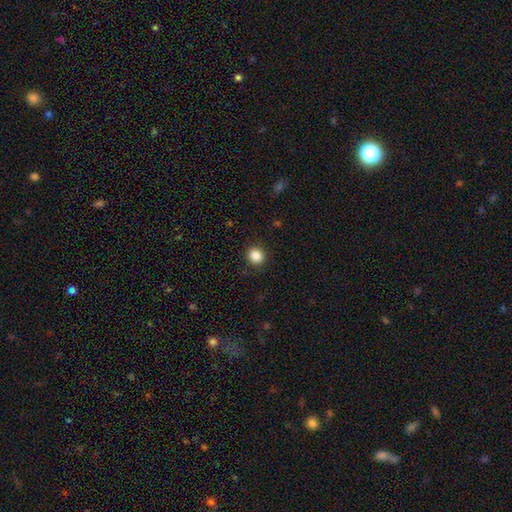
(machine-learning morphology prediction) Smooth or featured?
  - smooth: 86% *
  - star or artifact: 10%
  - featured or disk: 4%
How rounded?
  - round: 85% *
  - in between: 14%
  - cigar-shaped: 1%
Merging?
  - none: 90% *
  - minor disturbance: 7%
  - major disturbance: 3%
  - merger: 1%